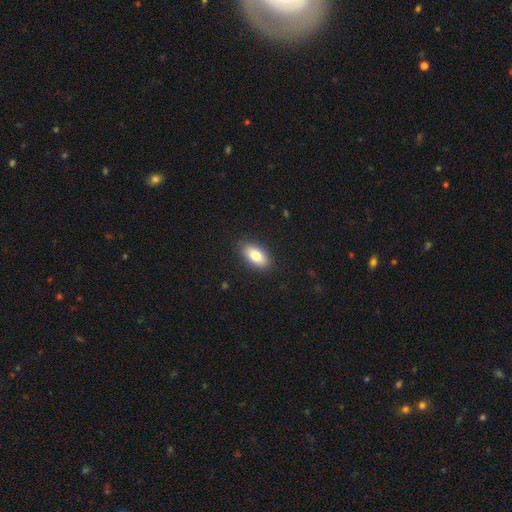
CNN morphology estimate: Smooth or featured? Predicted: smooth (p=0.80). How rounded? Predicted: in between (p=0.91). Merging? Predicted: none (p=0.88).